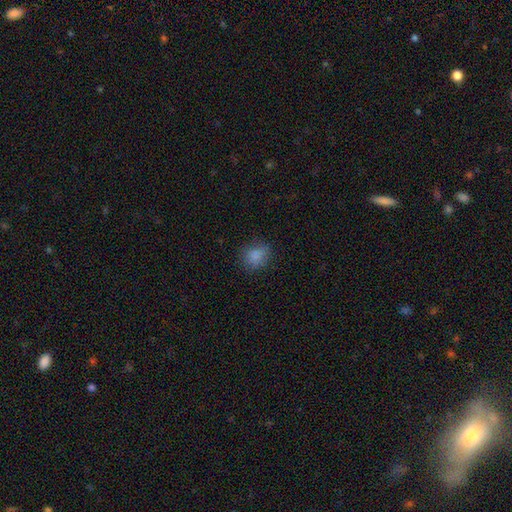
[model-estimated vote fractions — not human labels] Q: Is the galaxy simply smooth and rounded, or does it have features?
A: smooth — 82%.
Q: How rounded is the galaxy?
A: round — 63%.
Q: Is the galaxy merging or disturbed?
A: none — 76%.